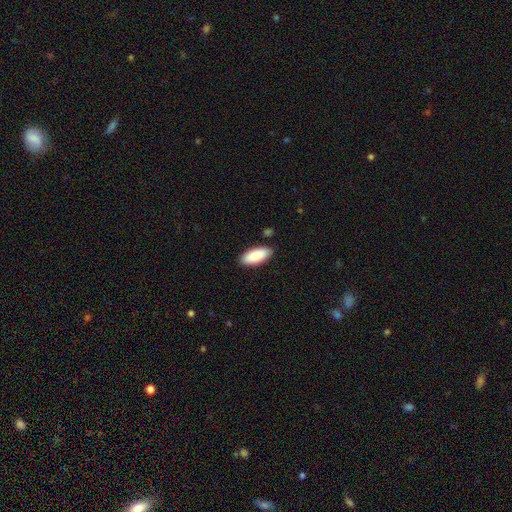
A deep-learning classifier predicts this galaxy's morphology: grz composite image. It shows a smooth galaxy with no disk features (89%) that is in between round and cigar-shaped (86%). Merging: none (87%).